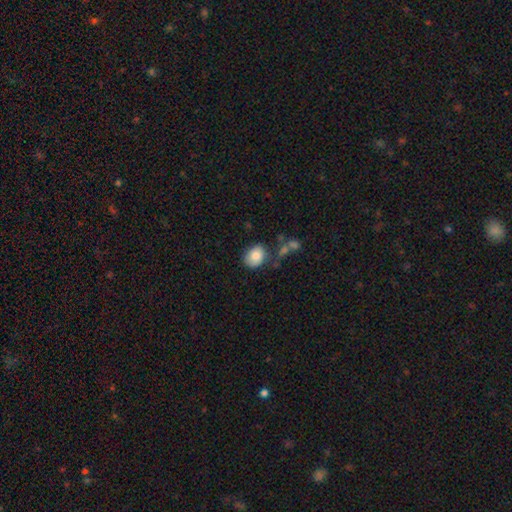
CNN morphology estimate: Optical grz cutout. It shows a smooth galaxy with no disk features (79%) that is in between round and cigar-shaped (56%). Merging: none (64%).